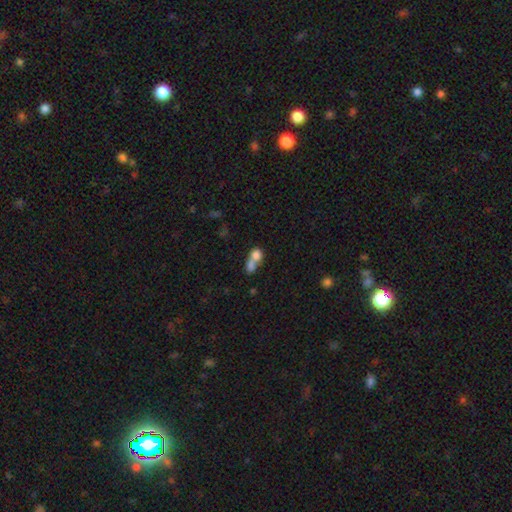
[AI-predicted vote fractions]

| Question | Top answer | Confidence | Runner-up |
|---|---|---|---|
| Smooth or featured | smooth | 74% | featured or disk (15%) |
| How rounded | round | 62% | in between (35%) |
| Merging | merger | 67% | none (24%) |